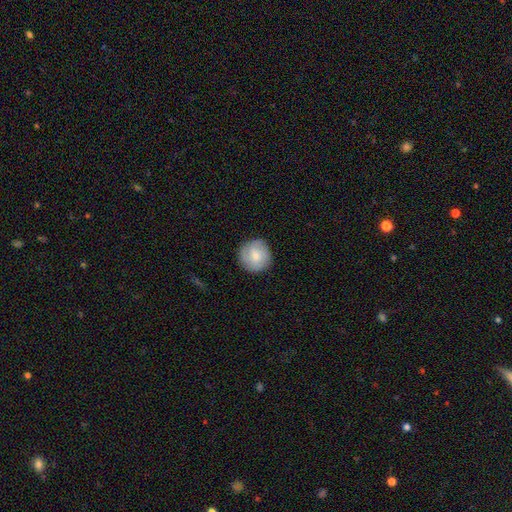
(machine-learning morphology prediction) The model was most divided on "smooth or featured": smooth: 62%, featured or disk: 32%, star or artifact: 7%. More confident: how rounded — round (93%); merging — none (84%).